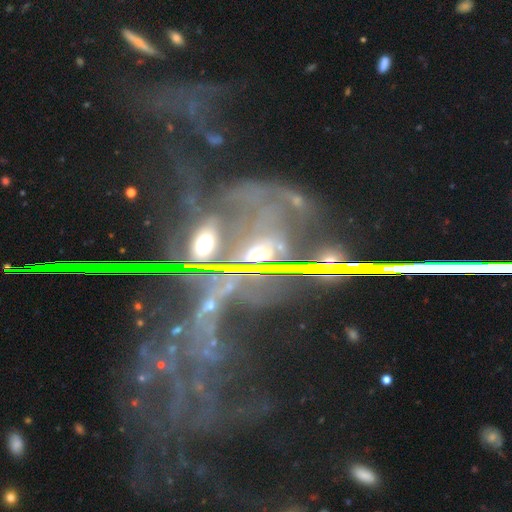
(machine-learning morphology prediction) A star or artifact, not a galaxy (46%).

Vote fractions:
- Smooth or featured? star or artifact: 46% / featured or disk: 45% / smooth: 9%